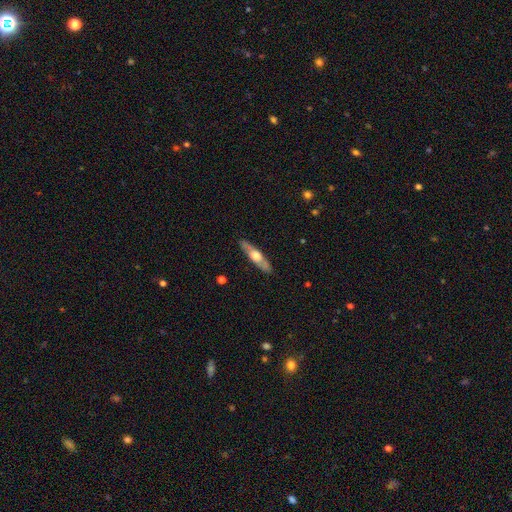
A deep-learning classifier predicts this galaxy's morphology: Overall: featured or disk (54%; smooth 41%). Edge-on disk: yes (82%). Merging: none (87%).